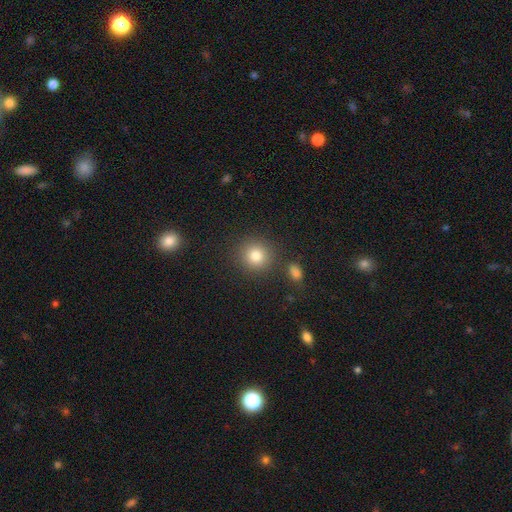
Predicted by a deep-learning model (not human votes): Overall: smooth (81%). How rounded: round (90%). Merging: none (84%).